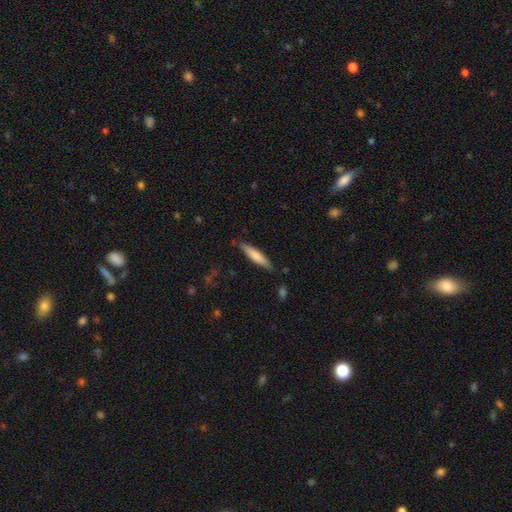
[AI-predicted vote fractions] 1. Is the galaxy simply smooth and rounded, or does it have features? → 72% smooth, 23% featured or disk, 5% star or artifact.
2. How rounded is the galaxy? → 84% cigar-shaped, 14% in between, 1% round.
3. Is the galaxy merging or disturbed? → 82% none, 13% minor disturbance, 2% major disturbance, 2% merger.